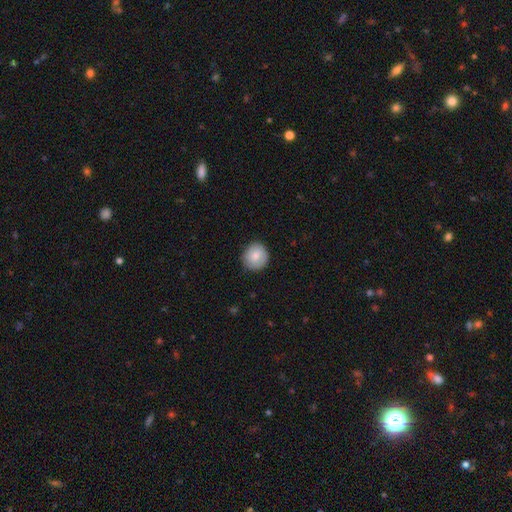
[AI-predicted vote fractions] Smooth or featured? smooth (76%)
How rounded? round (89%)
Merging? none (83%)